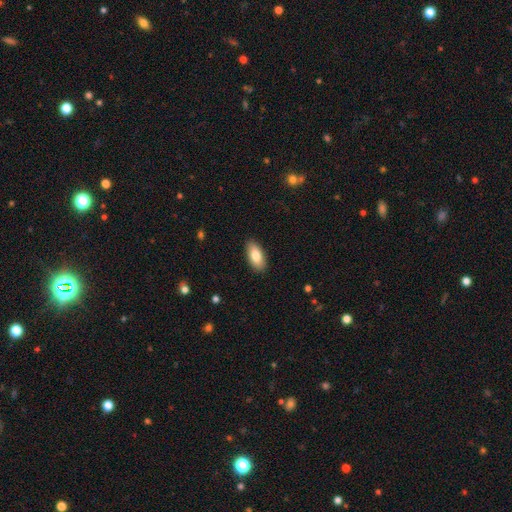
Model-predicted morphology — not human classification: Smooth or featured? Predicted: smooth (p=0.82). How rounded? Predicted: in between (p=0.91). Merging? Predicted: none (p=0.89).